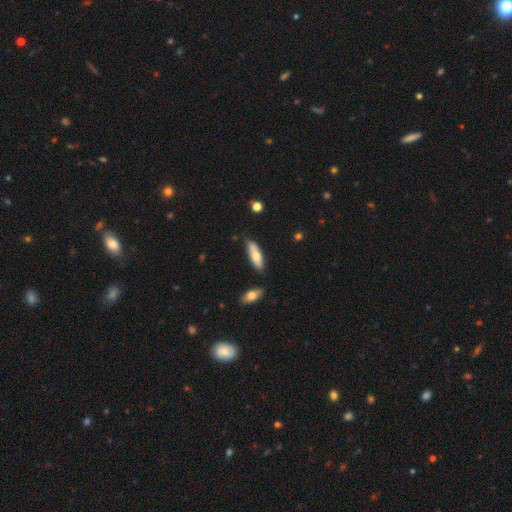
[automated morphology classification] smooth 69%, featured or disk 26%, star or artifact 6%. Down the decision tree: how rounded — cigar-shaped (55%); merging — none (76%).